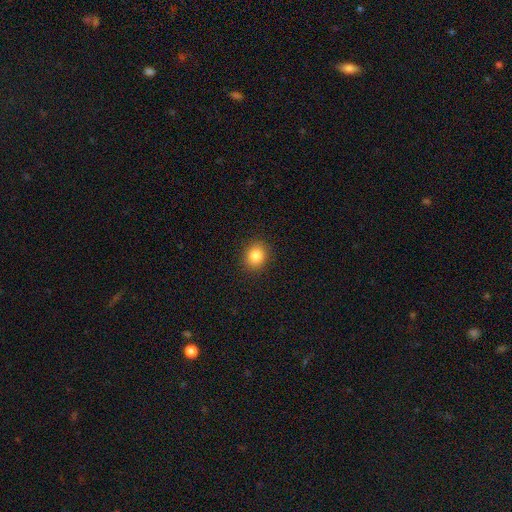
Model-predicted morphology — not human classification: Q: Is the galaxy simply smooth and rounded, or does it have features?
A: smooth — 85%.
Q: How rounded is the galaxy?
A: round — 71%.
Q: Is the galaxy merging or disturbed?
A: none — 90%.